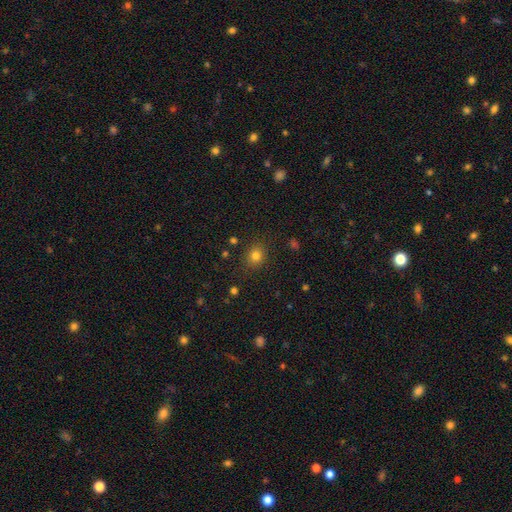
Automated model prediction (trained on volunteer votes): This is likely a smooth galaxy (79%). How rounded: likely round (67%). Merging: clearly none (86%).